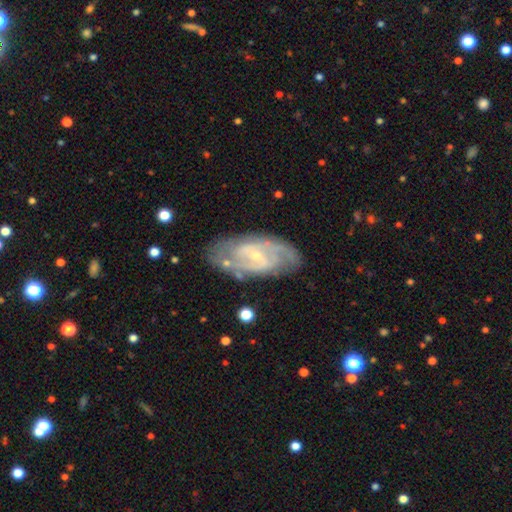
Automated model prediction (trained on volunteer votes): This is clearly a featured or disk galaxy (85%). It is clearly not viewed edge-on (94%). Bar: possibly weak (48%). Spiral arm pattern: clearly yes (93%). Spiral arm count: likely 2 (64%). Spiral winding: possibly tight (45%). Central bulge: likely small (76%). Merging: likely none (76%).